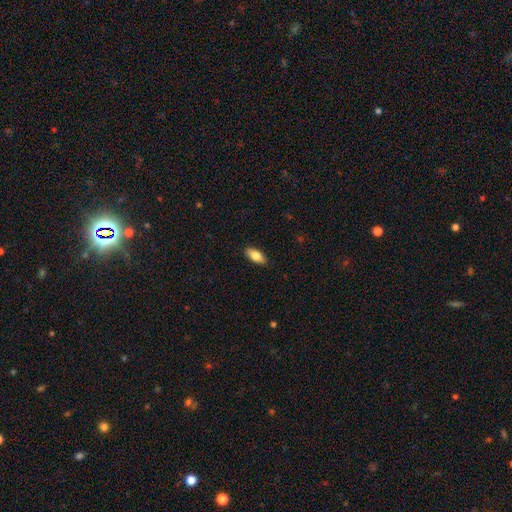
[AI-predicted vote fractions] Smooth or featured: smooth — 79% (featured or disk — 14%)
How rounded: in between — 85% (cigar-shaped — 13%)
Merging: none — 88% (minor disturbance — 9%)